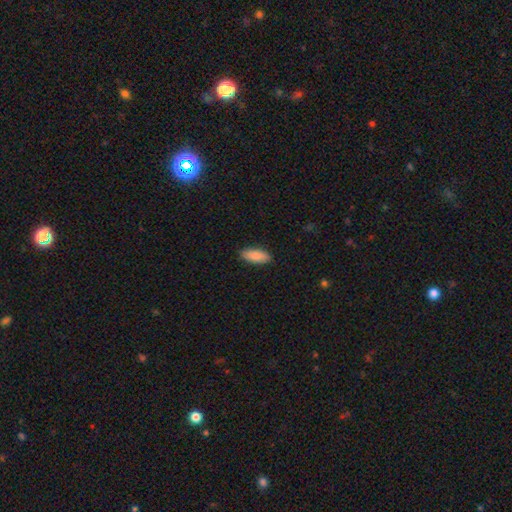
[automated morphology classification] Smooth or featured? smooth (88%)
How rounded? in between (80%)
Merging? none (88%)